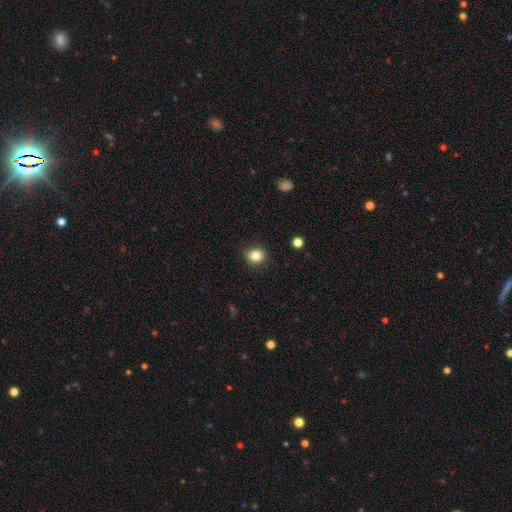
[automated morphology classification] A smooth galaxy with no disk features (83%) that is round (70%).

Vote fractions:
- Smooth or featured? smooth: 83% / star or artifact: 11% / featured or disk: 6%
- How rounded? round: 70% / in between: 29% / cigar-shaped: 1%
- Merging? none: 87% / minor disturbance: 10% / major disturbance: 2% / merger: 1%